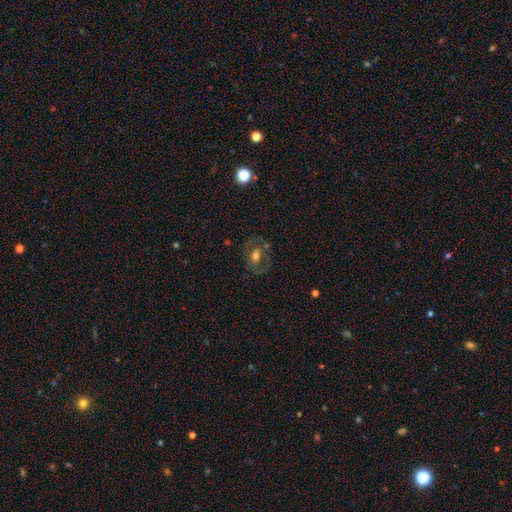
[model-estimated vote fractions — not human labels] A featured or disk galaxy (49%).

Vote fractions:
- Smooth or featured? featured or disk: 49% / smooth: 42% / star or artifact: 9%
- Merging? none: 69% / minor disturbance: 17% / major disturbance: 11% / merger: 3%